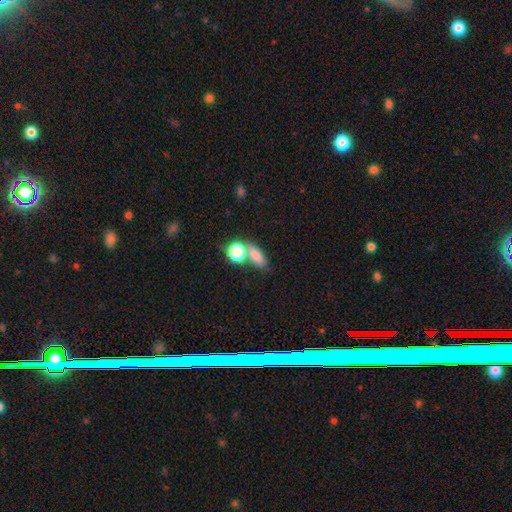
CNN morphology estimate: smooth_or_featured: smooth (p=0.80) [alt: star or artifact p=0.11]
how_rounded: in between (p=0.67) [alt: round p=0.24]
merging: none (p=0.43) [alt: merger p=0.40]